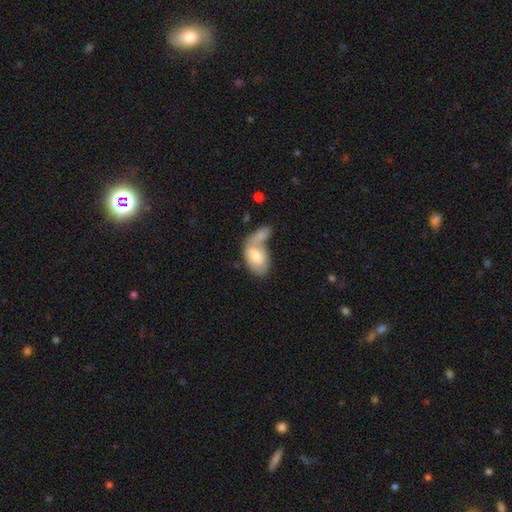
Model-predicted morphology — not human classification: This appears to be a smooth galaxy with no disk features (63%) that is in between round and cigar-shaped (92%). Merging: merger (55%).